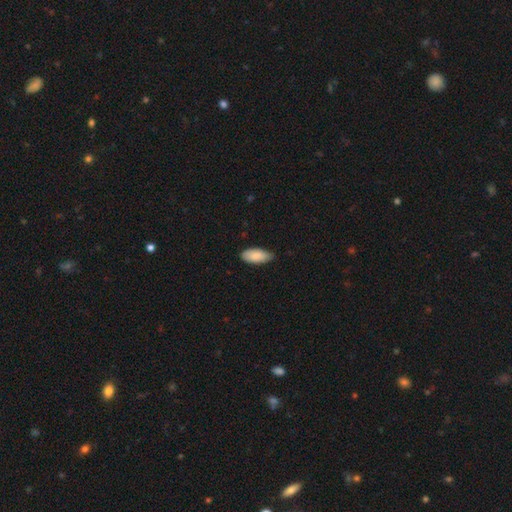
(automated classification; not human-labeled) This is clearly a smooth galaxy (87%). How rounded: clearly in between (89%). Merging: likely none (71%).